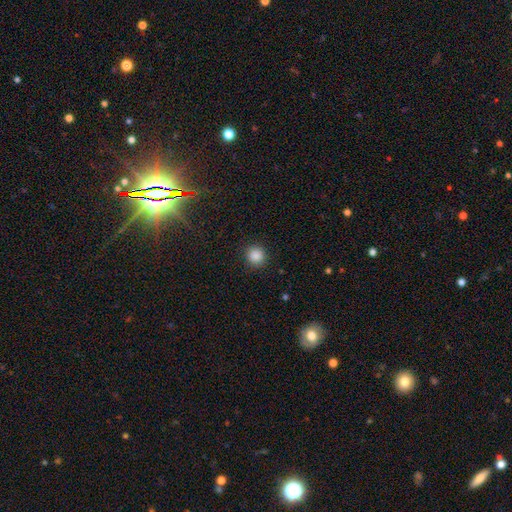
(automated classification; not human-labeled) Smooth or featured?
  - smooth: 86% *
  - star or artifact: 11%
  - featured or disk: 3%
How rounded?
  - round: 93% *
  - in between: 6%
  - cigar-shaped: 1%
Merging?
  - none: 91% *
  - minor disturbance: 6%
  - major disturbance: 2%
  - merger: 1%